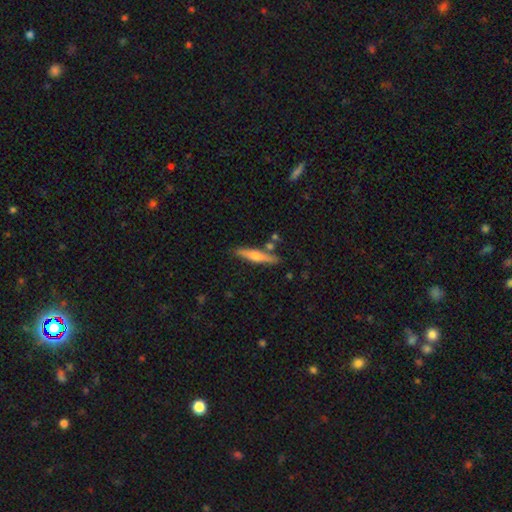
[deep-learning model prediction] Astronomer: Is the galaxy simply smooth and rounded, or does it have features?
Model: featured or disk — 52% (runner-up: smooth, 42%).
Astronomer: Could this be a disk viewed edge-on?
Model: yes — 95%.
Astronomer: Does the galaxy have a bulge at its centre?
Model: rounded — 87%.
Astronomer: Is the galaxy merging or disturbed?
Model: none — 83%.